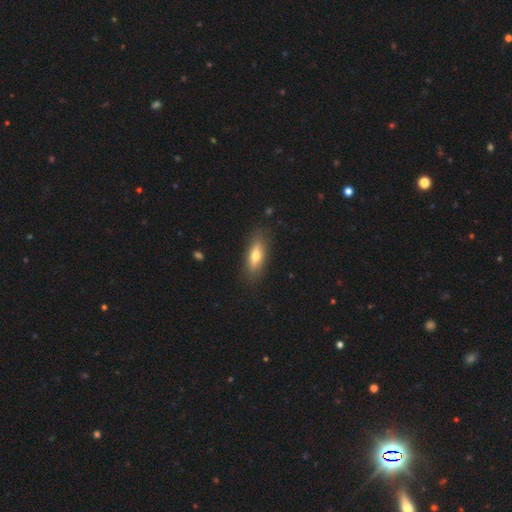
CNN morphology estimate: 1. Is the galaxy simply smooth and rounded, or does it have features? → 59% smooth, 34% featured or disk, 6% star or artifact.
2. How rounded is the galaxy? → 53% in between, 44% cigar-shaped, 3% round.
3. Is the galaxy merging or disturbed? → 85% none, 11% minor disturbance, 3% major disturbance, 1% merger.